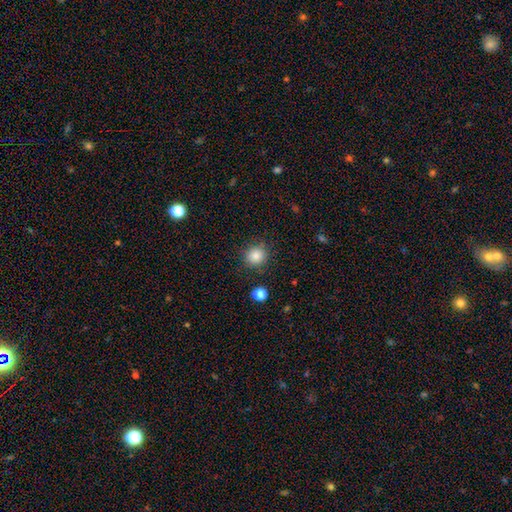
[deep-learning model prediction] smooth_or_featured: smooth (p=0.85) [alt: star or artifact p=0.10]
how_rounded: round (p=0.86) [alt: in between p=0.13]
merging: none (p=0.85) [alt: minor disturbance p=0.10]